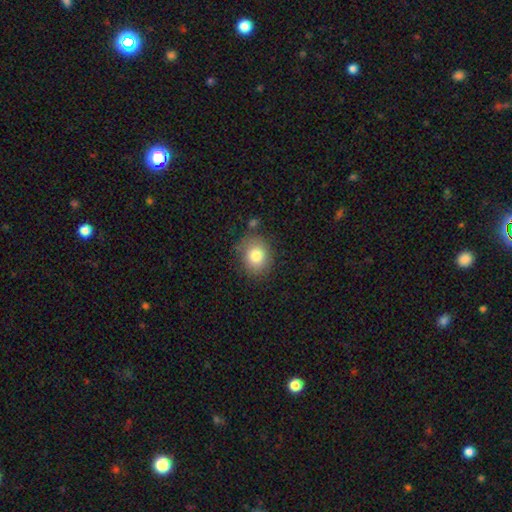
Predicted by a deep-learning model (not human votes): A smooth galaxy with no disk features (82%) that is round (63%).

Vote fractions:
- Smooth or featured? smooth: 82% / featured or disk: 9% / star or artifact: 9%
- How rounded? round: 63% / in between: 36% / cigar-shaped: 1%
- Merging? none: 78% / minor disturbance: 15% / major disturbance: 4% / merger: 3%